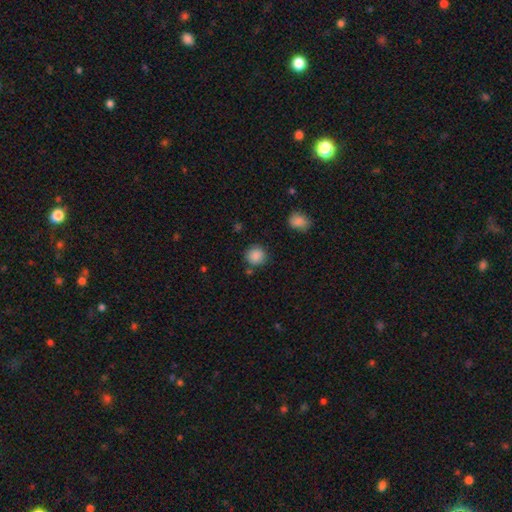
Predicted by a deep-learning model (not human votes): Overall: smooth (88%). How rounded: round (90%). Merging: none (82%).